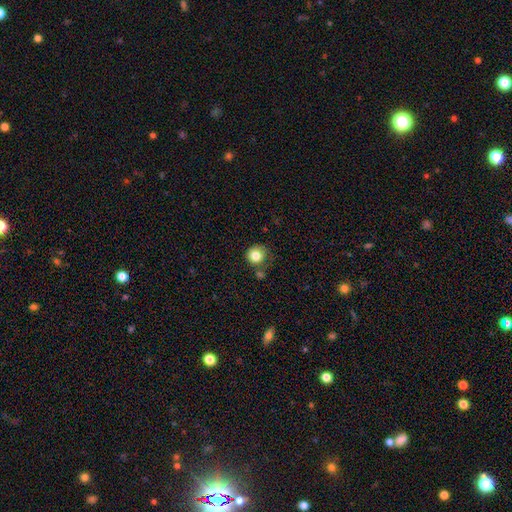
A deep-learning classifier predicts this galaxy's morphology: Overall: smooth (83%). How rounded: round (92%). Merging: none (70%).